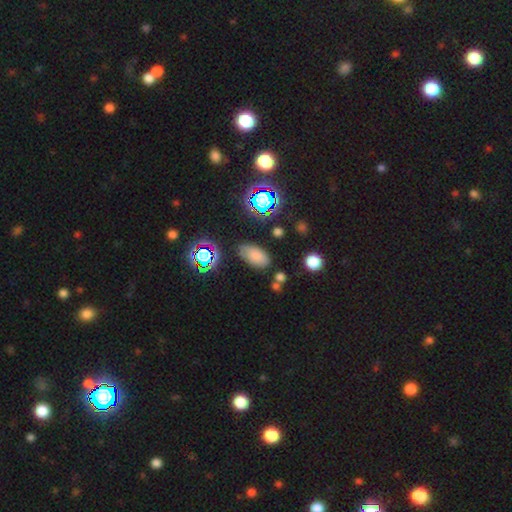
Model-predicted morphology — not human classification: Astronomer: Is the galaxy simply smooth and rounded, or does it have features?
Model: smooth — 73%.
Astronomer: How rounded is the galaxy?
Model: in between — 93%.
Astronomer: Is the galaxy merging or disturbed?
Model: none — 78%.